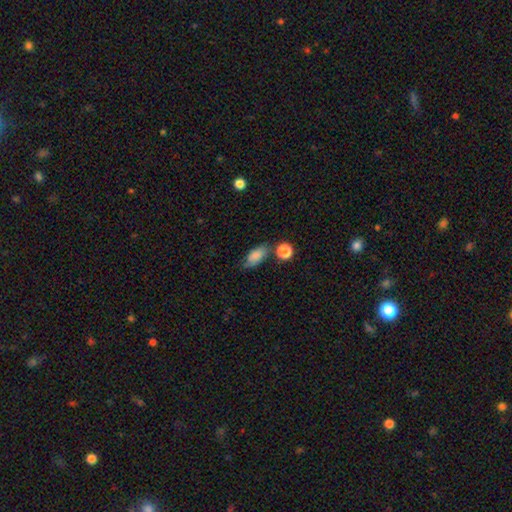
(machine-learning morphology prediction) A smooth galaxy with no disk features (81%) that is in between round and cigar-shaped (87%). Merging: none (59%).